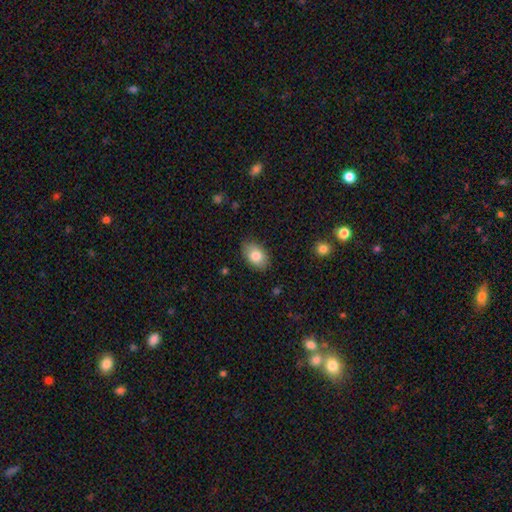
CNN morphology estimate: Q: Smooth or featured?
A: smooth (82%); runner-up: featured or disk (11%)
Q: How rounded?
A: in between (89%); runner-up: round (10%)
Q: Merging?
A: none (83%); runner-up: minor disturbance (13%)